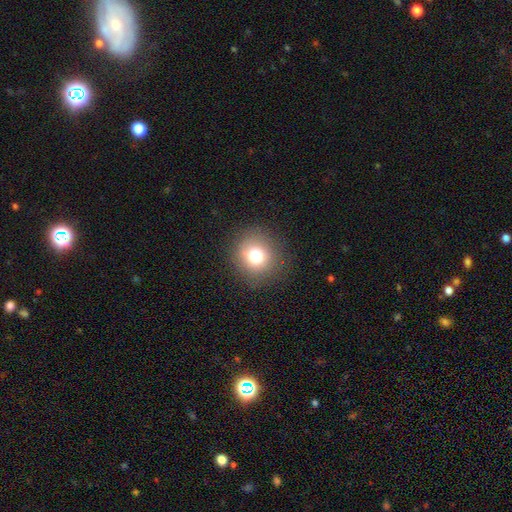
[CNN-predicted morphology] Overall: smooth (77%). How rounded: round (88%). Merging: none (88%).